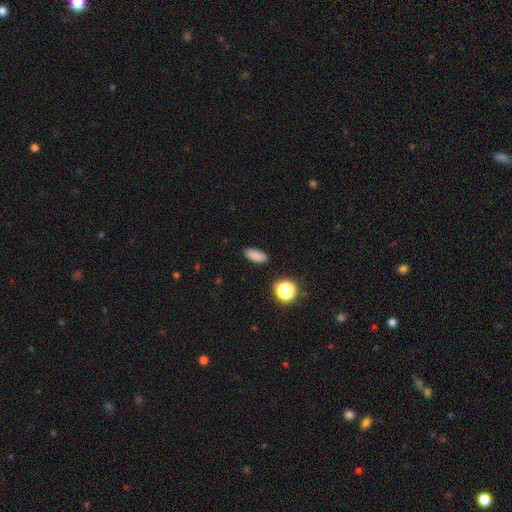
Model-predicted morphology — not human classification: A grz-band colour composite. It shows a smooth galaxy with no disk features (84%) that is in between round and cigar-shaped (79%). Merging: none (88%).